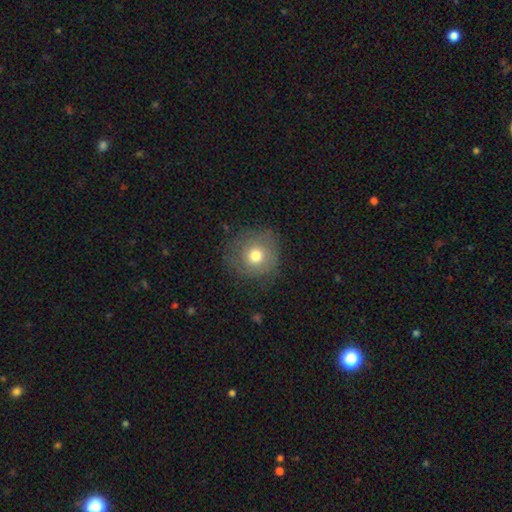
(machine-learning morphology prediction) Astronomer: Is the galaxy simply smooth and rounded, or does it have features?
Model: smooth — 70%.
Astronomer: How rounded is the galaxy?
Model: round — 91%.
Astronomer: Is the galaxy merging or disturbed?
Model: none — 75%.